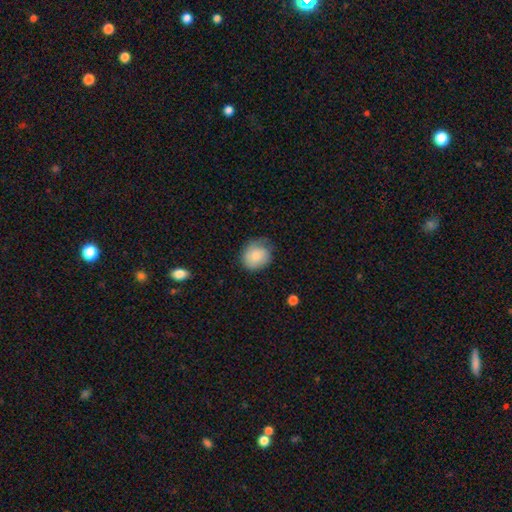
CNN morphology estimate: This appears to be a smooth galaxy with no disk features (75%) that is round (67%). Merging: none (59%).